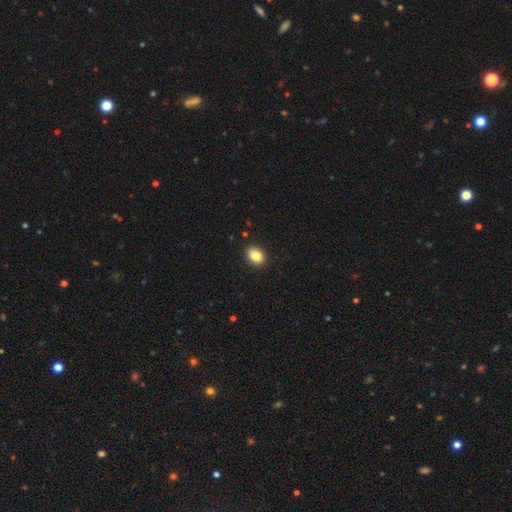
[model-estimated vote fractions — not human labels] Smooth or featured? Predicted: smooth (p=0.86). How rounded? Predicted: in between (p=0.73). Merging? Predicted: none (p=0.90).